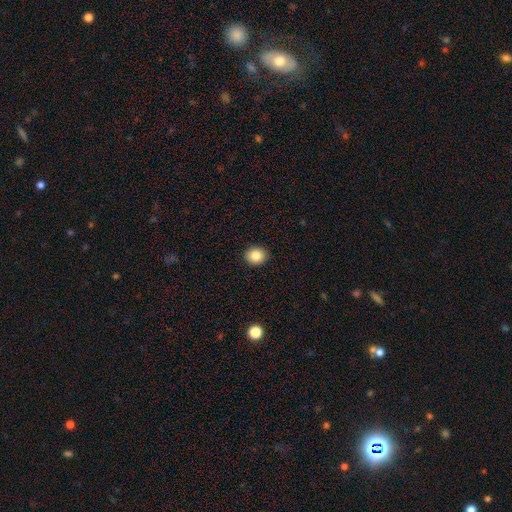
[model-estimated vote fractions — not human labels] A smooth galaxy with no disk features (85%) that is round (71%). Merging: none (91%).